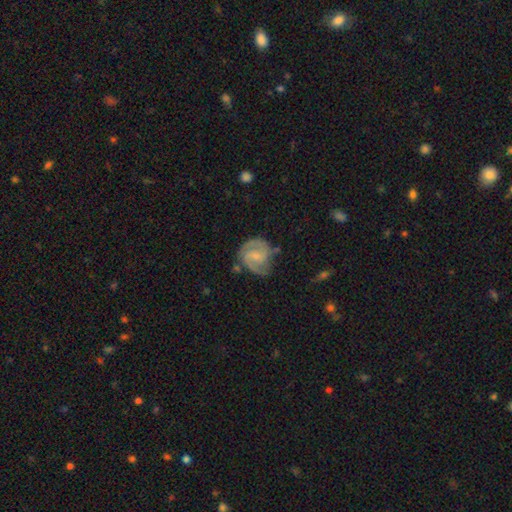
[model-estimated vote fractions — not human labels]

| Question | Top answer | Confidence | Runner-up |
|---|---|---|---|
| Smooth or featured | featured or disk | 83% | smooth (12%) |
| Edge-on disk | no | 98% | yes (2%) |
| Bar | weak | 52% | no (34%) |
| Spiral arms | yes | 96% | no (4%) |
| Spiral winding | medium | 51% | tight (36%) |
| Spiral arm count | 2 | 82% | can't tell (6%) |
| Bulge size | small | 57% | moderate (24%) |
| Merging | none | 65% | minor disturbance (22%) |